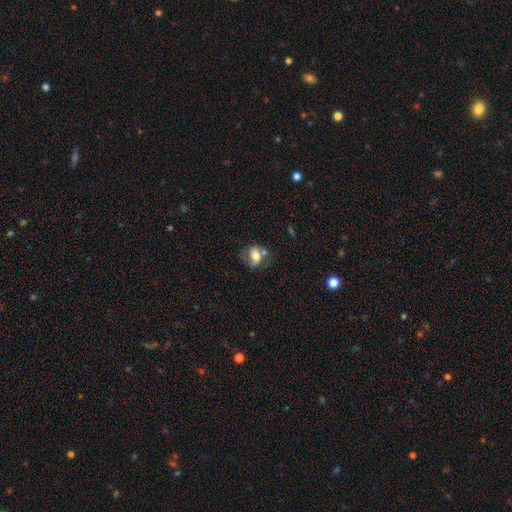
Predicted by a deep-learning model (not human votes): Smooth or featured? Predicted: smooth (p=0.59). How rounded? Predicted: in between (p=0.61). Merging? Predicted: none (p=0.46).